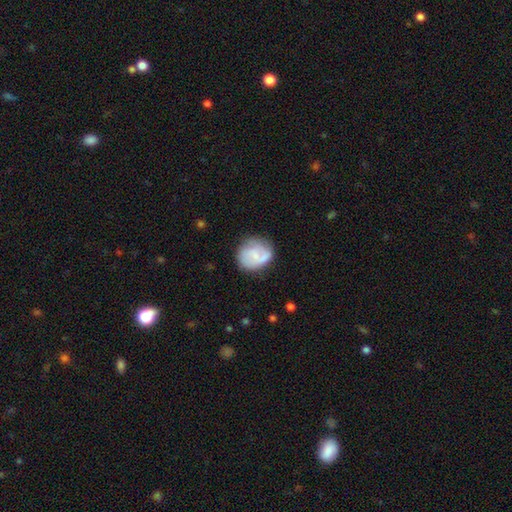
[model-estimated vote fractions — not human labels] Overall: smooth (56%; featured or disk 36%). How rounded: round (74%). Merging: none (61%; minor disturbance 24%).